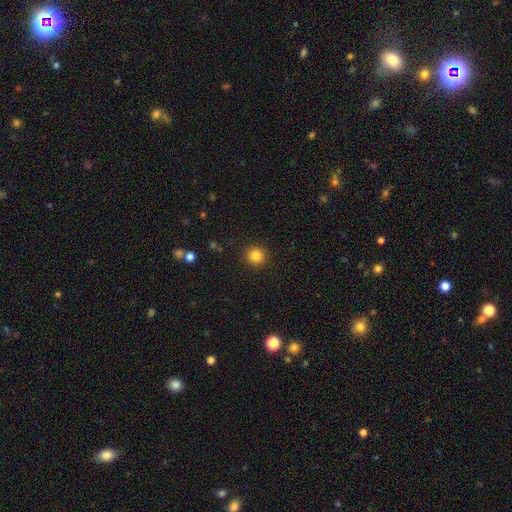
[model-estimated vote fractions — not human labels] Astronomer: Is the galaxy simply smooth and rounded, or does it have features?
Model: smooth — 84%.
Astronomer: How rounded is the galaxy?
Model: round — 93%.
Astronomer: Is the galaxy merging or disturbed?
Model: none — 92%.